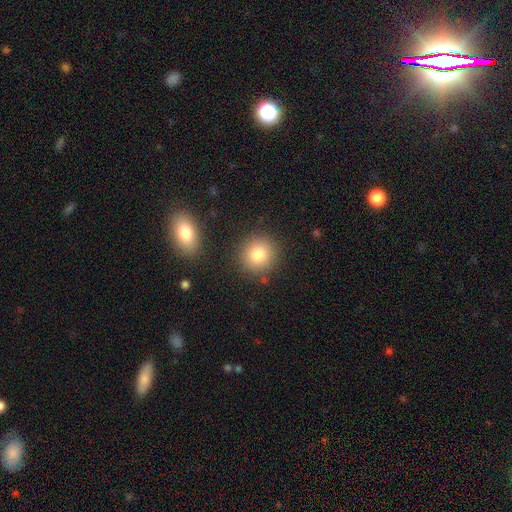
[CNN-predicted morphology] type=smooth (81%); roundness=round (90%); merging=none (86%).